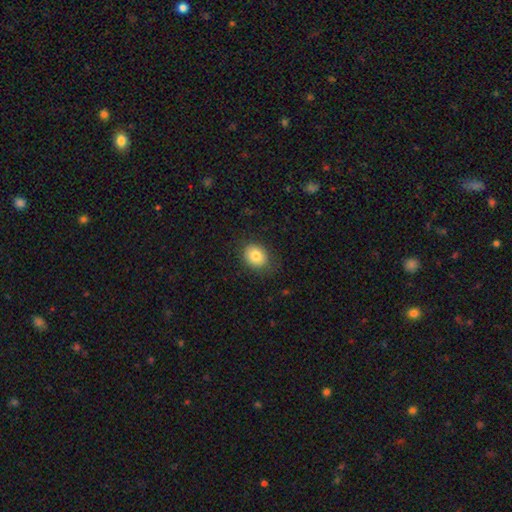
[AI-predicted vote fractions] Smooth or featured? Predicted: smooth (p=0.81). How rounded? Predicted: round (p=0.57). Merging? Predicted: none (p=0.81).